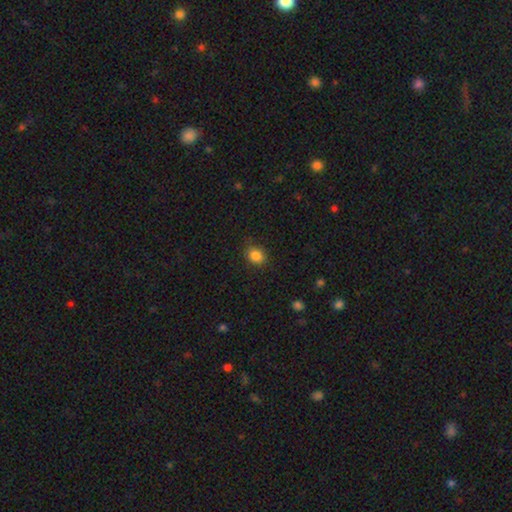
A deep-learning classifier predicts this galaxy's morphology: The model was most divided on "how rounded": round: 59%, in between: 40%, cigar-shaped: 1%. More confident: smooth or featured — smooth (85%); merging — none (83%).